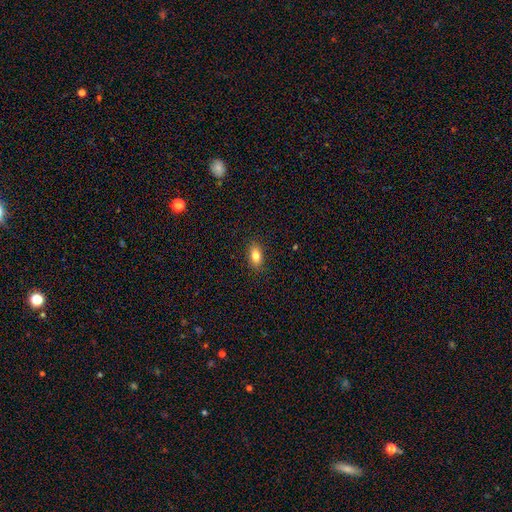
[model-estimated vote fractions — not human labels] Q: Smooth or featured?
A: smooth (81%); runner-up: featured or disk (10%)
Q: How rounded?
A: in between (87%); runner-up: round (7%)
Q: Merging?
A: none (88%); runner-up: minor disturbance (9%)